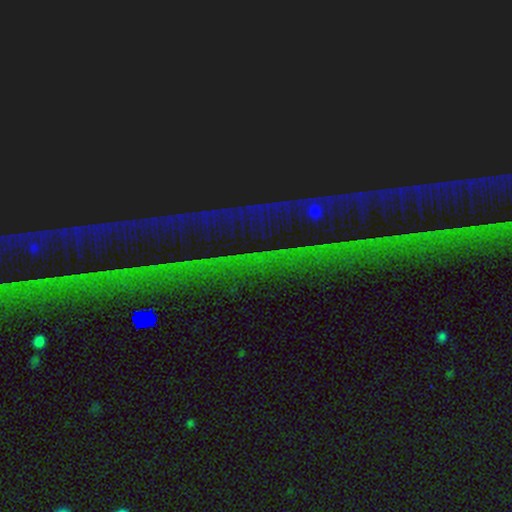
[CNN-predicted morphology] Smooth or featured: star or artifact — 88% (featured or disk — 7%)